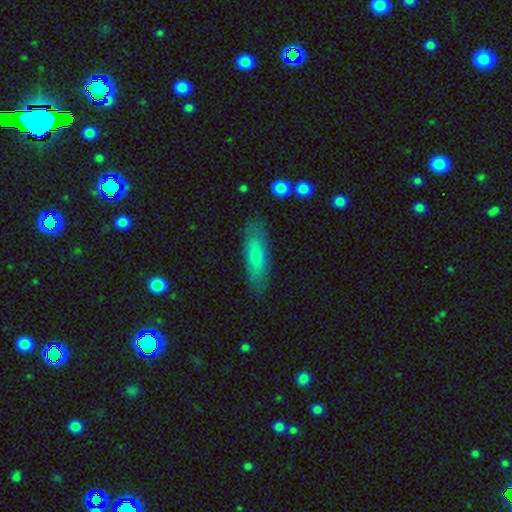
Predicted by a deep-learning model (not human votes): Morphology: type=smooth (73%); roundness=cigar-shaped (56%); merging=none (81%).